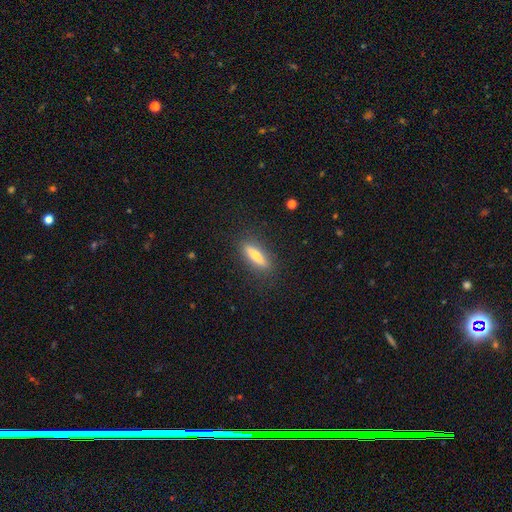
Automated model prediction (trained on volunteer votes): This is possibly a smooth galaxy (53%). How rounded: likely cigar-shaped (69%). Merging: clearly none (87%).